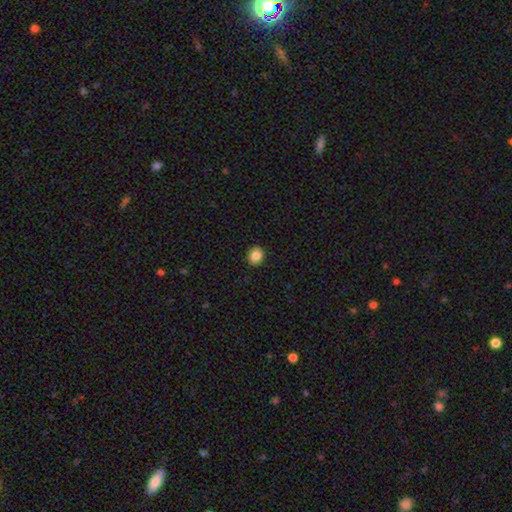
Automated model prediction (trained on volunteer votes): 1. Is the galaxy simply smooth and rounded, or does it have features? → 86% smooth, 10% star or artifact, 4% featured or disk.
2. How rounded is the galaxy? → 80% round, 19% in between, 1% cigar-shaped.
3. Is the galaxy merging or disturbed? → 91% none, 6% minor disturbance, 2% major disturbance, 1% merger.